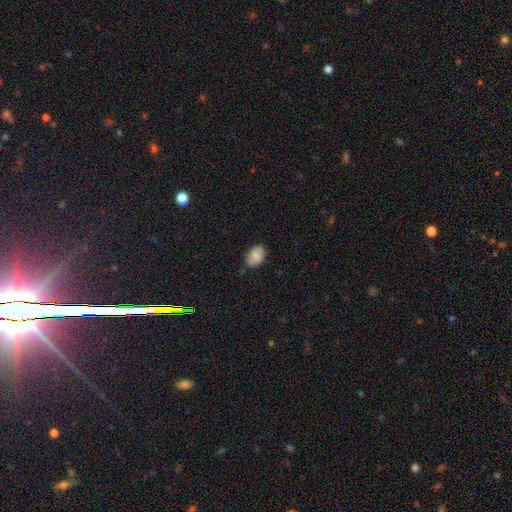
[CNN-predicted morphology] This is likely a smooth galaxy (76%). How rounded: clearly in between (83%). Merging: likely none (72%).